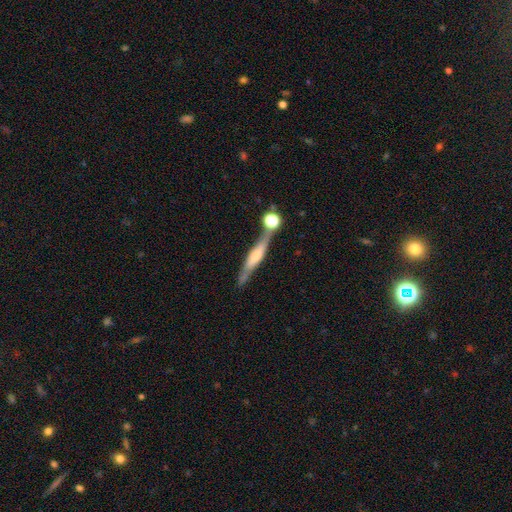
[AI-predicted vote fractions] smooth-or-featured: featured or disk: 72% | smooth: 20% | star or artifact: 9%
  disk-edge-on: yes: 93% | no: 7%
    edge-on-bulge: rounded: 60% | boxy: 28% | none: 13%
  merging: none: 68% | minor disturbance: 14% | merger: 13% | major disturbance: 5%